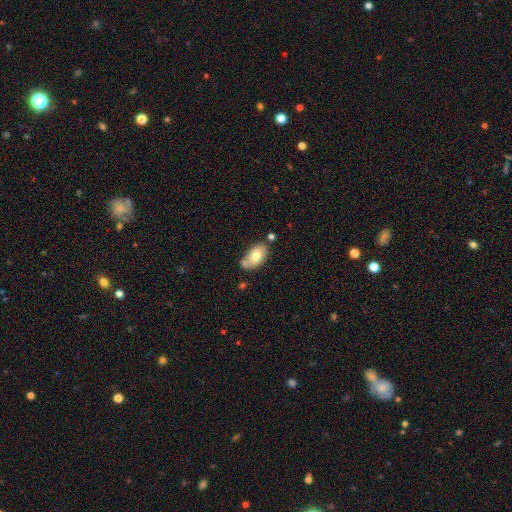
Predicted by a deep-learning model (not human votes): A smooth galaxy with no disk features (74%) that is in between round and cigar-shaped (91%).

Vote fractions:
- Smooth or featured? smooth: 74% / featured or disk: 19% / star or artifact: 7%
- How rounded? in between: 91% / round: 7% / cigar-shaped: 2%
- Merging? none: 53% / minor disturbance: 21% / merger: 20% / major disturbance: 5%